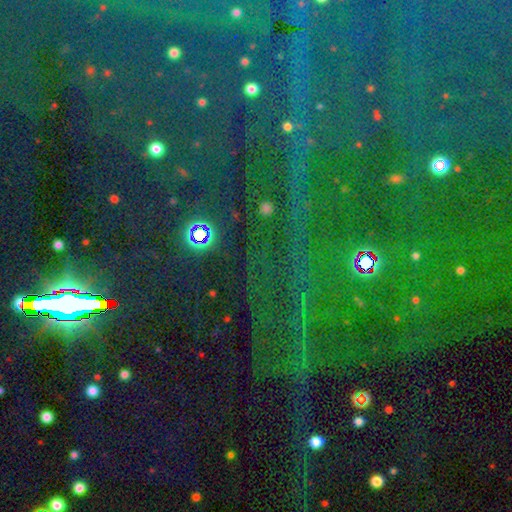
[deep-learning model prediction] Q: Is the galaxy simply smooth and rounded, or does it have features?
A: star or artifact — 82%.